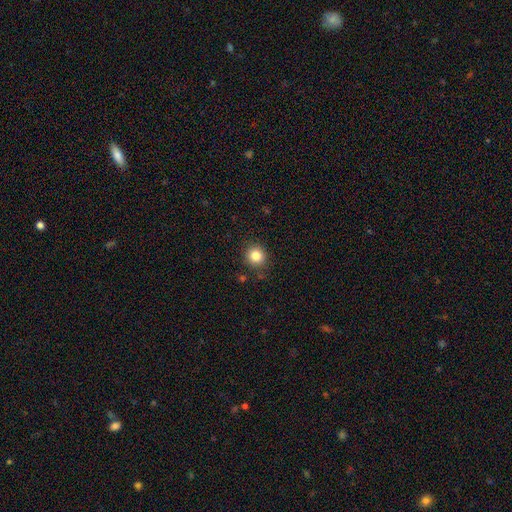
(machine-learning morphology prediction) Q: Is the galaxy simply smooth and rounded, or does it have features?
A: smooth — 84%.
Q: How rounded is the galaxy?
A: round — 90%.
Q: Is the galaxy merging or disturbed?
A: none — 88%.